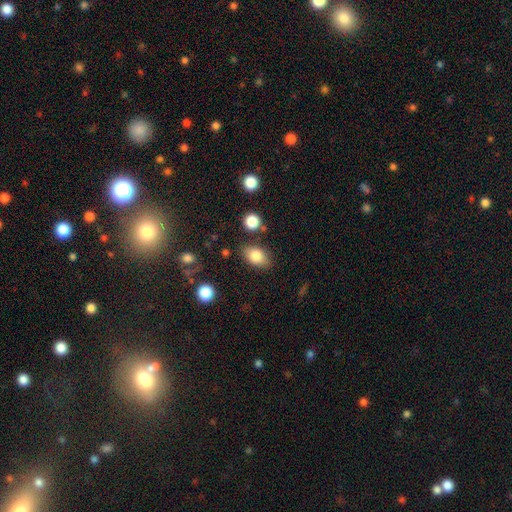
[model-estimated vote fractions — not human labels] A smooth galaxy with no disk features (82%) that is in between round and cigar-shaped (84%).

Vote fractions:
- Smooth or featured? smooth: 82% / featured or disk: 10% / star or artifact: 8%
- How rounded? in between: 84% / round: 15% / cigar-shaped: 2%
- Merging? none: 80% / minor disturbance: 13% / merger: 4% / major disturbance: 3%